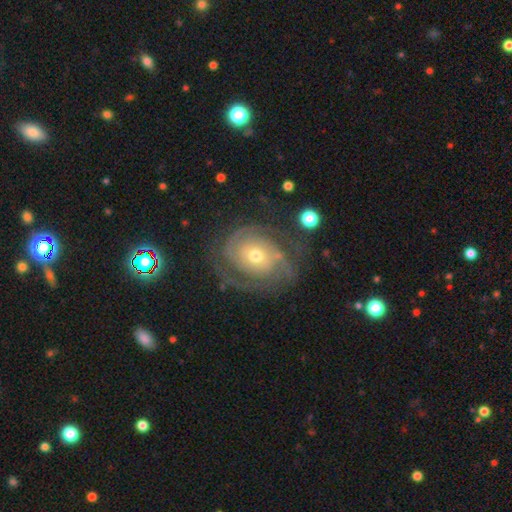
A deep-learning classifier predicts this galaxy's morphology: Smooth or featured? Predicted: featured or disk (p=0.85). Edge-on disk? Predicted: no (p=0.97). Bar? Predicted: no (p=0.76). Spiral arms? Predicted: yes (p=0.95). Spiral winding? Predicted: tight (p=0.63). Spiral arm count? Predicted: 2 (p=0.42). Bulge size? Predicted: moderate (p=0.50). Merging? Predicted: none (p=0.68).